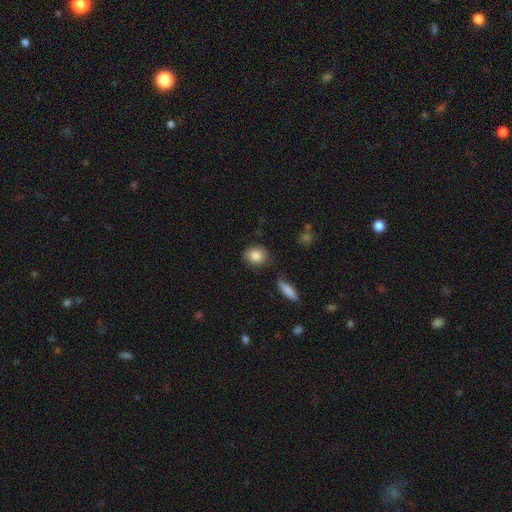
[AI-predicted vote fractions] This is clearly a smooth galaxy (87%). How rounded: likely round (66%). Merging: likely none (79%).